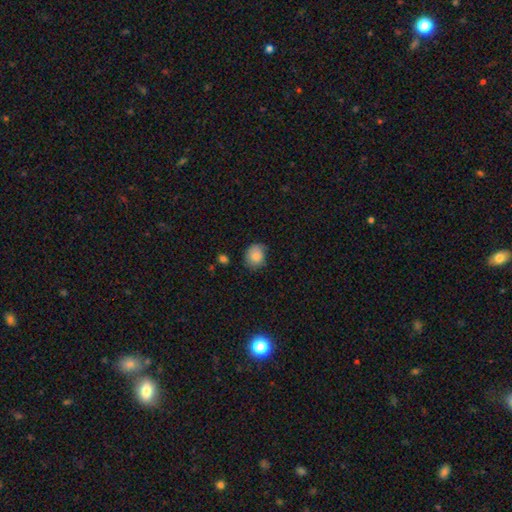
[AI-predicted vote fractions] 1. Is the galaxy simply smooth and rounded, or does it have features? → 84% smooth, 8% star or artifact, 8% featured or disk.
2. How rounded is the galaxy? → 64% round, 35% in between, 1% cigar-shaped.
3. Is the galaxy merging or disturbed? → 64% none, 29% minor disturbance, 6% major disturbance, 2% merger.